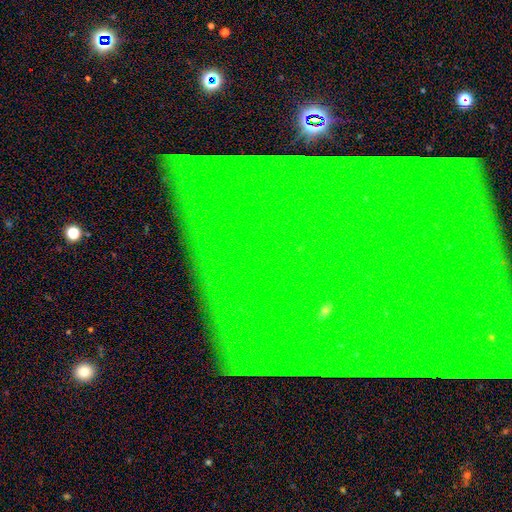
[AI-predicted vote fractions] star or artifact 83%, featured or disk 9%, smooth 8%.